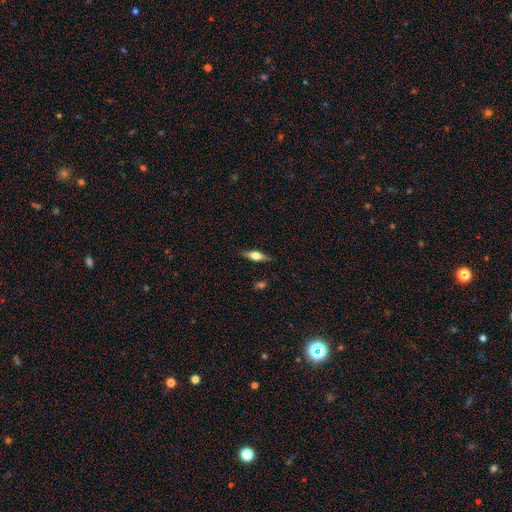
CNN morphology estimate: The model was most divided on "smooth or featured": featured or disk: 53%, smooth: 39%, star or artifact: 7%. More confident: edge-on disk — yes (94%); edge-on bulge — rounded (89%); merging — none (85%).